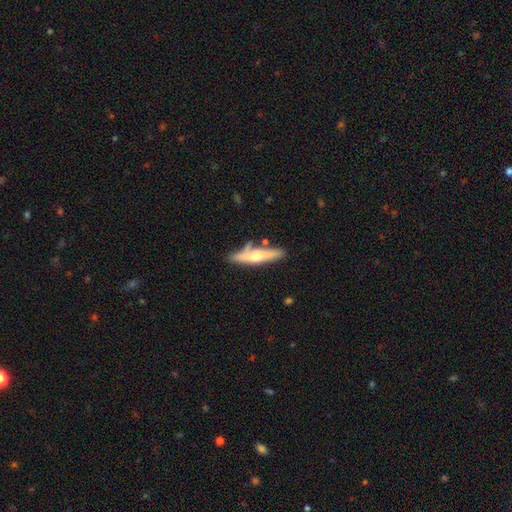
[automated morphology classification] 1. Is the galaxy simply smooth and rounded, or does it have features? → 49% featured or disk, 45% smooth, 6% star or artifact.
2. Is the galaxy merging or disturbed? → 65% none, 18% minor disturbance, 12% merger, 5% major disturbance.